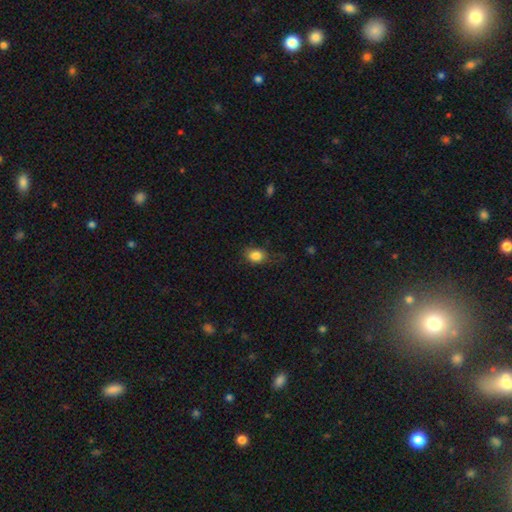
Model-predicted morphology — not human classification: smooth_or_featured: smooth (p=0.86) [alt: star or artifact p=0.10]
how_rounded: in between (p=0.61) [alt: round p=0.38]
merging: none (p=0.70) [alt: minor disturbance p=0.22]